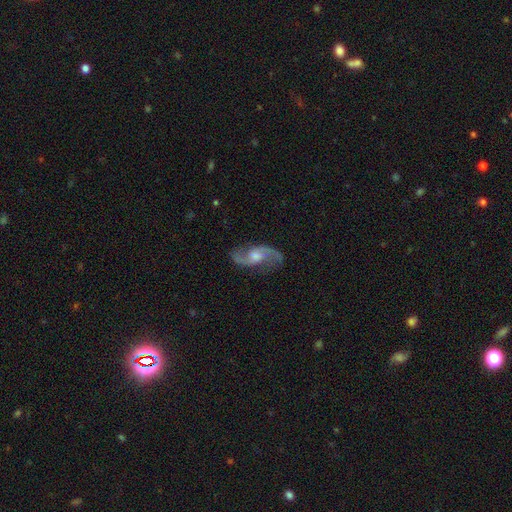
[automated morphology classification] type=featured or disk (89%); edge-on=no (96%); bar=no (48%); spiral arms=yes (97%); winding=loose (50%); arm count=2 (93%); bulge=moderate (55%); merging=none (81%).